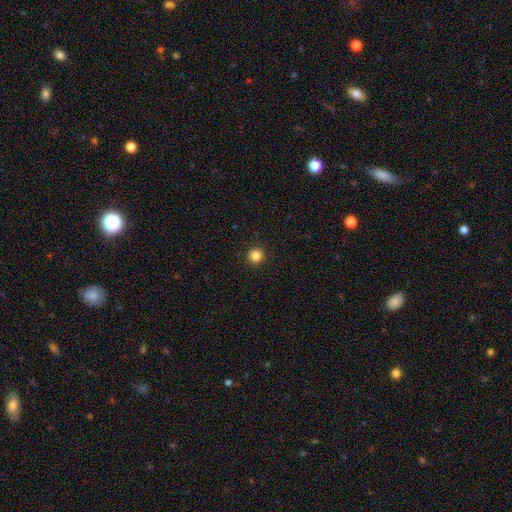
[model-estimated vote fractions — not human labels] Morphology: type=smooth (84%); roundness=round (96%); merging=none (93%).